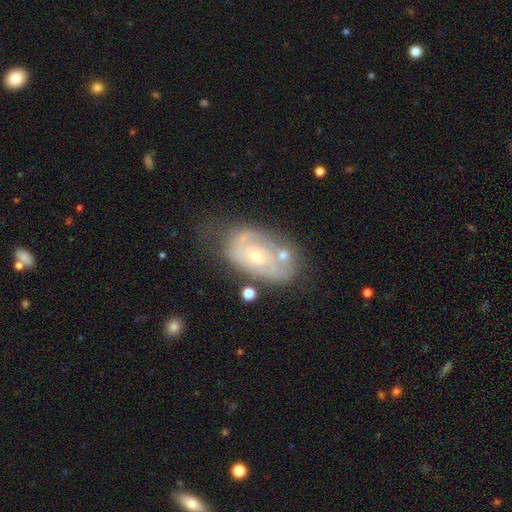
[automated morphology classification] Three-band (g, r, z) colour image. It shows a featured or disk galaxy (74%) with no bar (77%), tight (57%) spiral arms (75%) and a small central bulge (67%). Merging: none (47%).